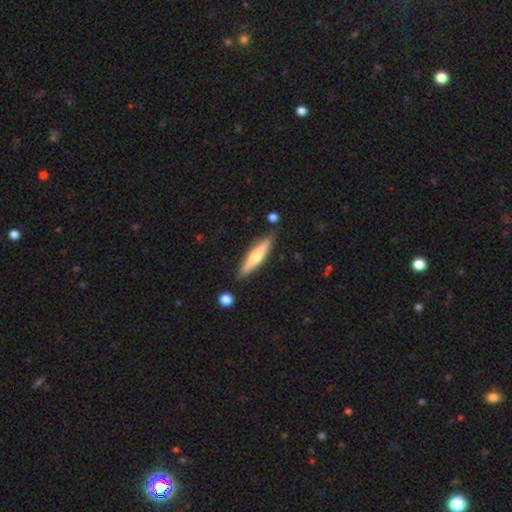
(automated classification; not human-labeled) Smooth or featured? featured or disk (50%)
Edge-on disk? yes (95%)
Merging? none (85%)